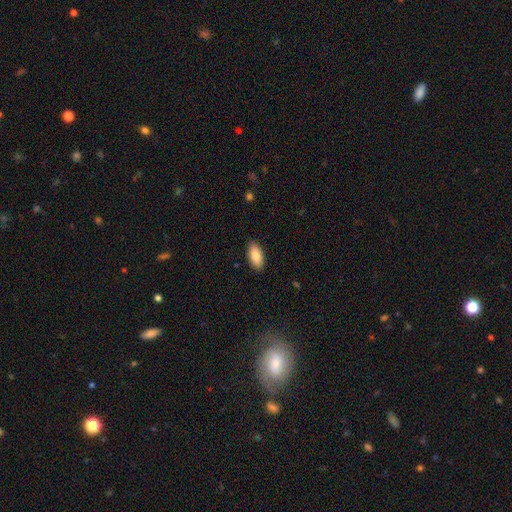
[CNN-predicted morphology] Smooth or featured: smooth — 86% (featured or disk — 8%)
How rounded: in between — 90% (cigar-shaped — 8%)
Merging: none — 89% (minor disturbance — 8%)